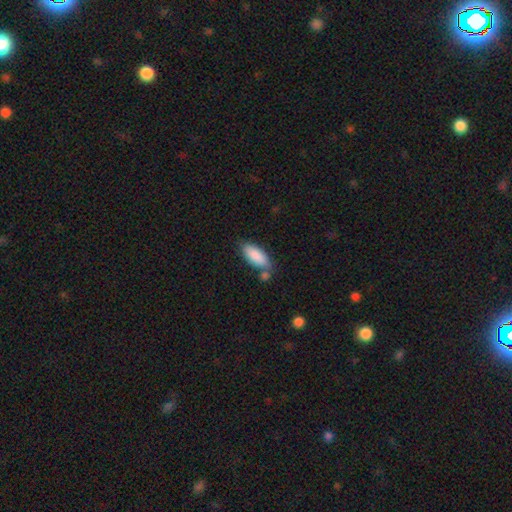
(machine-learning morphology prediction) This appears to be a smooth galaxy with no disk features (87%) that is in between round and cigar-shaped (80%). Merging: none (63%).